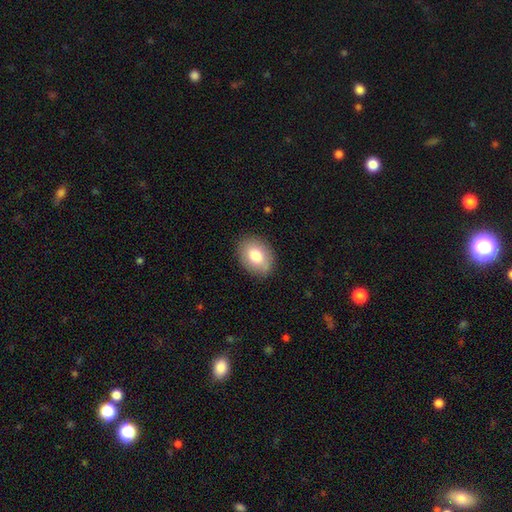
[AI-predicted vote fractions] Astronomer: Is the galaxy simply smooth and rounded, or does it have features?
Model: smooth — 77%.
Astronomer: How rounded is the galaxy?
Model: in between — 69%.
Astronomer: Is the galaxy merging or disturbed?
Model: none — 86%.